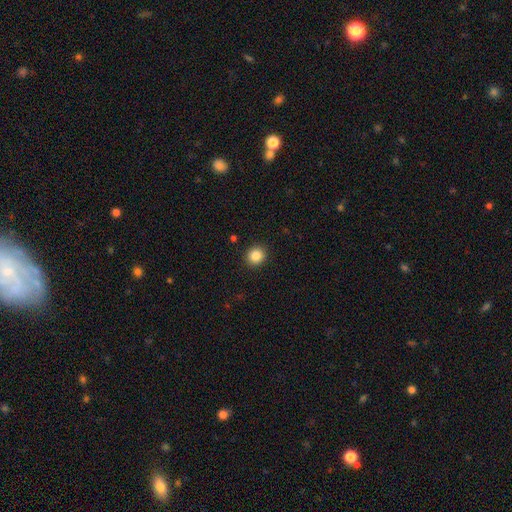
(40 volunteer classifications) This is clearly a smooth galaxy (80%). How rounded: clearly round (94%). Merging: clearly none (97%).